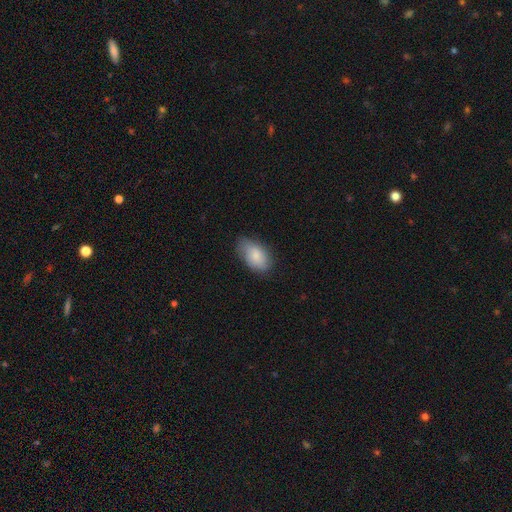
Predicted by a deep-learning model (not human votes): Overall: smooth (81%). How rounded: in between (93%). Merging: none (71%).